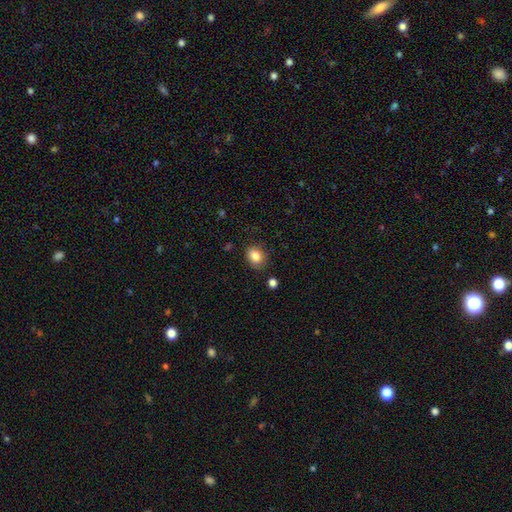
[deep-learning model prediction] Overall: smooth (84%). How rounded: in between (51%; round 48%). Merging: none (80%).